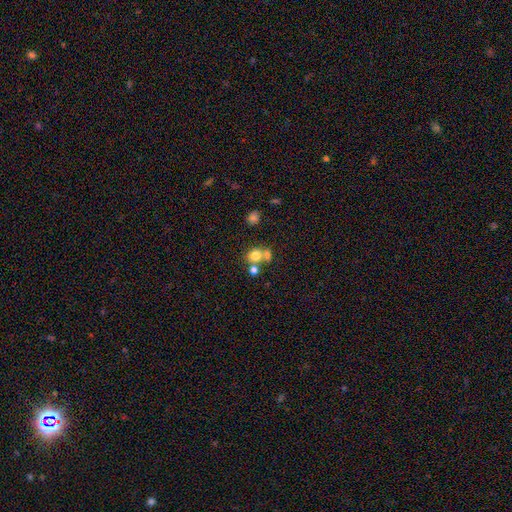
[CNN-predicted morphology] smooth-or-featured: smooth: 75% | star or artifact: 13% | featured or disk: 12%
  how-rounded: round: 77% | in between: 22% | cigar-shaped: 1%
  merging: none: 46% | merger: 42% | minor disturbance: 8% | major disturbance: 4%